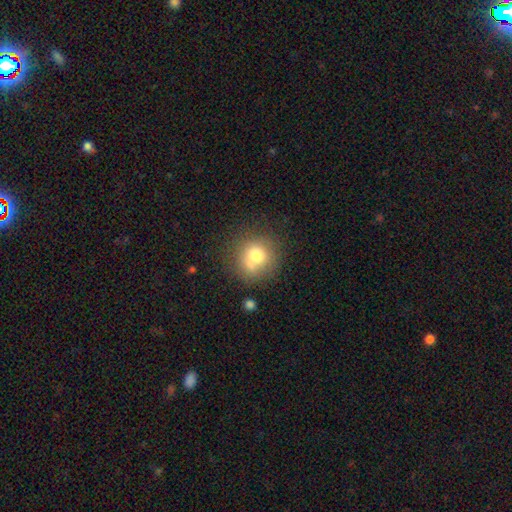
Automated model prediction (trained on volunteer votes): smooth 72%, featured or disk 17%, star or artifact 10%. Down the decision tree: how rounded — round (88%); merging — none (53%).